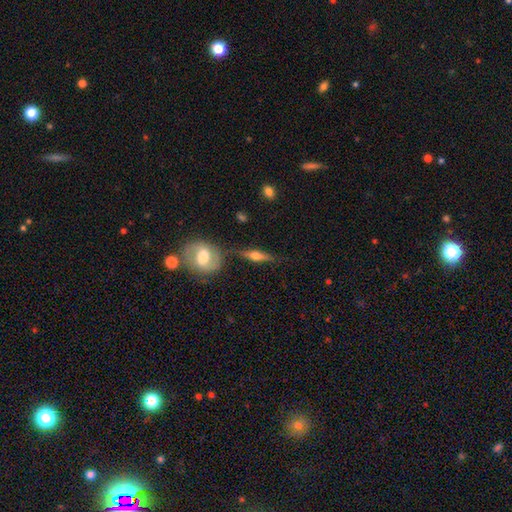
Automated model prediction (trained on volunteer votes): smooth-or-featured: featured or disk: 66% | smooth: 28% | star or artifact: 6%
  disk-edge-on: yes: 91% | no: 9%
    edge-on-bulge: rounded: 93% | boxy: 4% | none: 2%
  merging: none: 76% | minor disturbance: 13% | merger: 7% | major disturbance: 4%